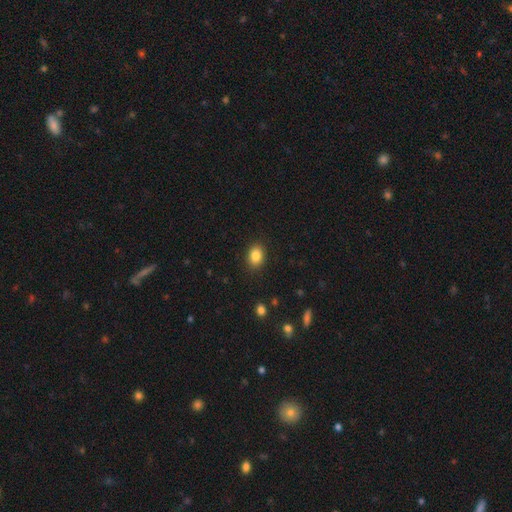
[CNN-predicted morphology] The model was most divided on "how rounded": in between: 61%, round: 38%, cigar-shaped: 1%. More confident: merging — none (88%); smooth or featured — smooth (85%).